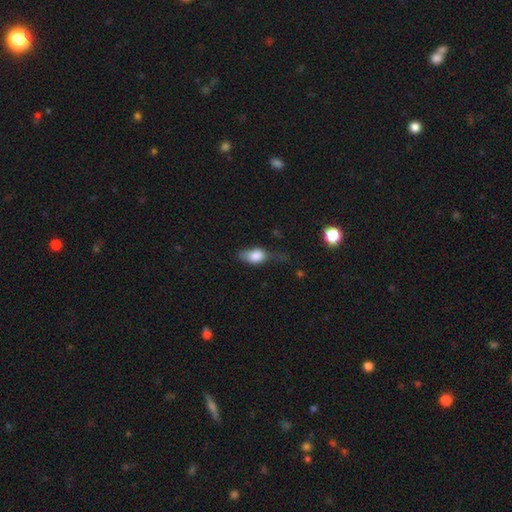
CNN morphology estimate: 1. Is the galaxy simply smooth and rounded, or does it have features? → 74% smooth, 17% featured or disk, 9% star or artifact.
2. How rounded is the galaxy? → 78% in between, 15% round, 7% cigar-shaped.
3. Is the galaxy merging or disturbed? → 36% minor disturbance, 31% none, 30% major disturbance, 4% merger.